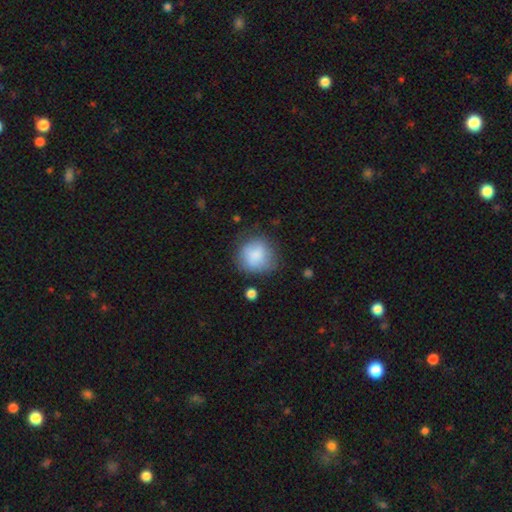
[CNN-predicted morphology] The model was most divided on "merging": none: 65%, minor disturbance: 22%, major disturbance: 9%, merger: 4%. More confident: how rounded — round (83%); smooth or featured — smooth (81%).